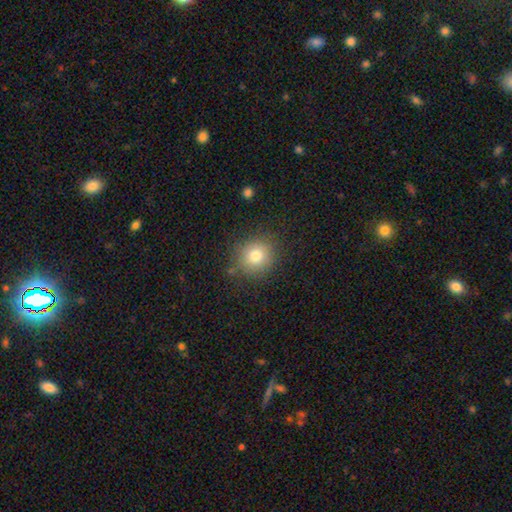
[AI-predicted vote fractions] Smooth or featured: smooth — 78% (star or artifact — 12%)
How rounded: round — 89% (in between — 10%)
Merging: none — 84% (minor disturbance — 10%)